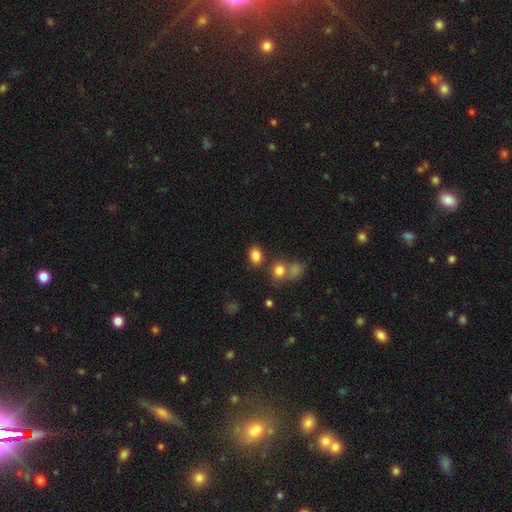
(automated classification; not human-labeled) Smooth or featured? Predicted: smooth (p=0.84). How rounded? Predicted: in between (p=0.72). Merging? Predicted: none (p=0.73).